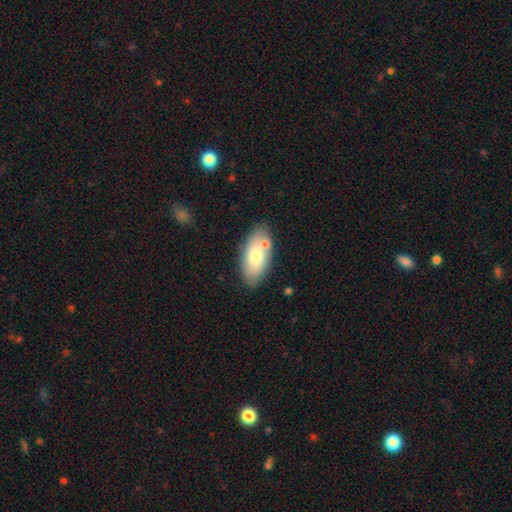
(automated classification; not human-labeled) smooth_or_featured: smooth (p=0.73) [alt: featured or disk p=0.21]
how_rounded: in between (p=0.92) [alt: cigar-shaped p=0.06]
merging: none (p=0.74) [alt: minor disturbance p=0.13]